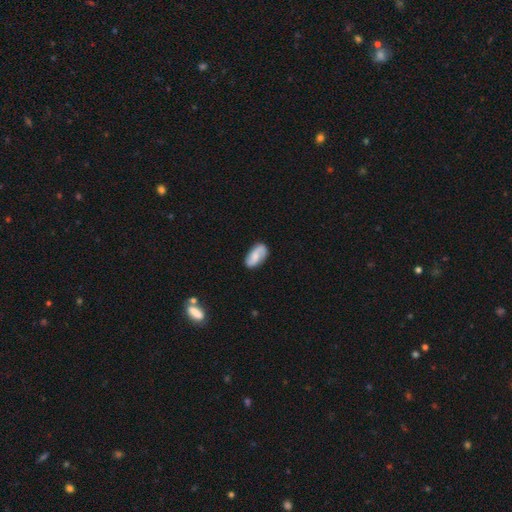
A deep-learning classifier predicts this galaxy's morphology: Smooth or featured? smooth (51%)
How rounded? in between (92%)
Merging? none (77%)